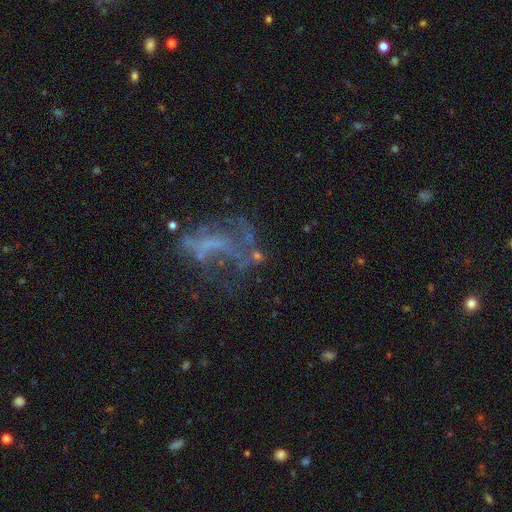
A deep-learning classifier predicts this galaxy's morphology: Smooth or featured? featured or disk (58%)
Edge-on disk? no (96%)
Bar? no (73%)
Spiral arms? no (76%)
Bulge size? none (74%)
Merging? major disturbance (41%)